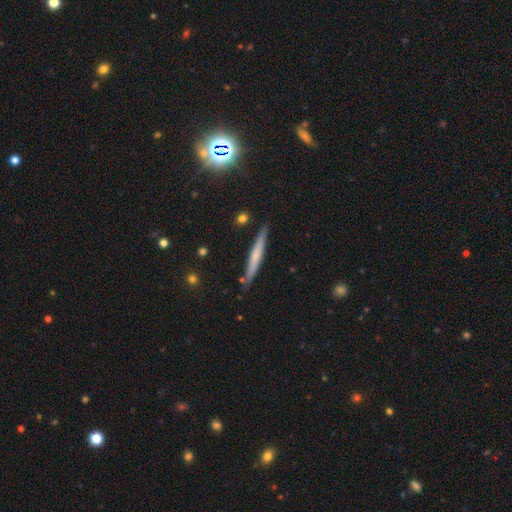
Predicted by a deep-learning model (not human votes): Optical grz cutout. It shows a smooth galaxy with no disk features (52%) that is cigar-shaped (96%). Merging: none (88%).